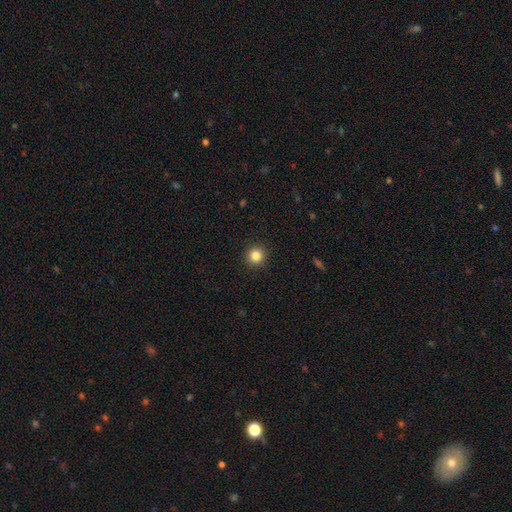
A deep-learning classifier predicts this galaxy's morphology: This appears to be a smooth galaxy with no disk features (85%) that is round (94%). Merging: none (92%).